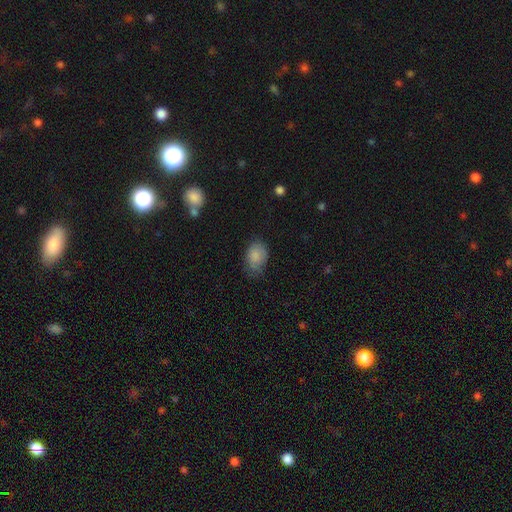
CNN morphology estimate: Smooth or featured: smooth — 84% (featured or disk — 8%)
How rounded: in between — 78% (round — 21%)
Merging: none — 59% (minor disturbance — 31%)